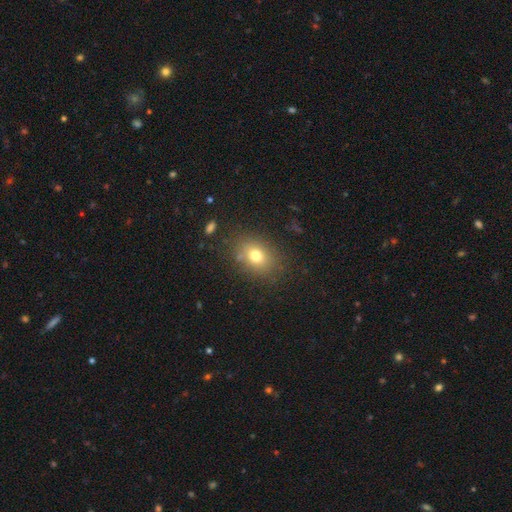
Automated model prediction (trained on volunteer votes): This is likely a smooth galaxy (74%). How rounded: likely in between (60%). Merging: clearly none (82%).